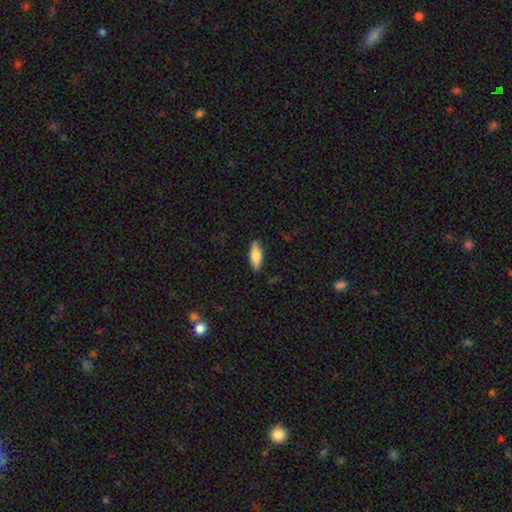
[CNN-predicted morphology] Smooth or featured: smooth — 72% (featured or disk — 23%)
How rounded: in between — 62% (cigar-shaped — 36%)
Merging: none — 88% (minor disturbance — 9%)